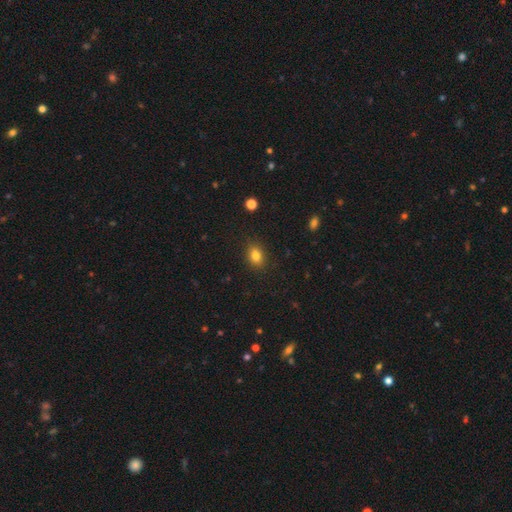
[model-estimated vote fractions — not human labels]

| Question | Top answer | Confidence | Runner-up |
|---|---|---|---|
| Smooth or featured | smooth | 83% | star or artifact (11%) |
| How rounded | in between | 67% | round (31%) |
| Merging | none | 87% | minor disturbance (9%) |